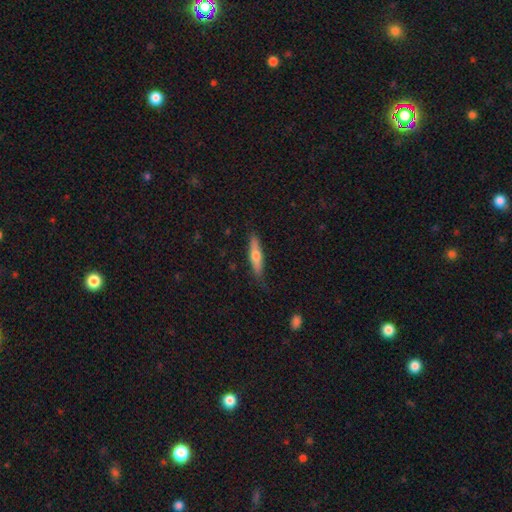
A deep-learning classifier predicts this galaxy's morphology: smooth 53%, featured or disk 42%, star or artifact 6%. Down the decision tree: how rounded — cigar-shaped (79%); merging — none (79%).